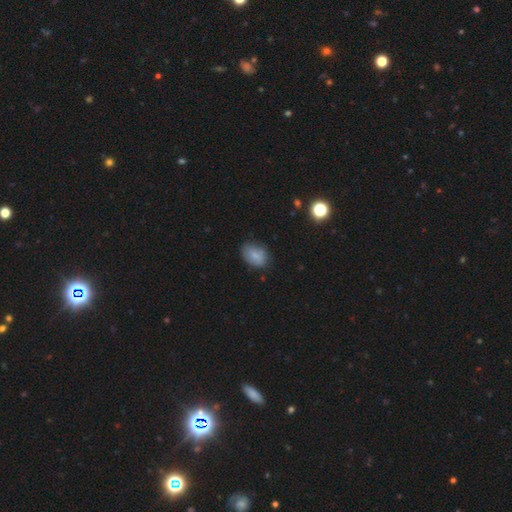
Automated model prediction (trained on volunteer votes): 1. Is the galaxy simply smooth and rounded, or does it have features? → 77% smooth, 14% featured or disk, 9% star or artifact.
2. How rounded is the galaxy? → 80% in between, 19% round, 1% cigar-shaped.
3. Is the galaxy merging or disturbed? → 70% none, 23% minor disturbance, 5% major disturbance, 3% merger.